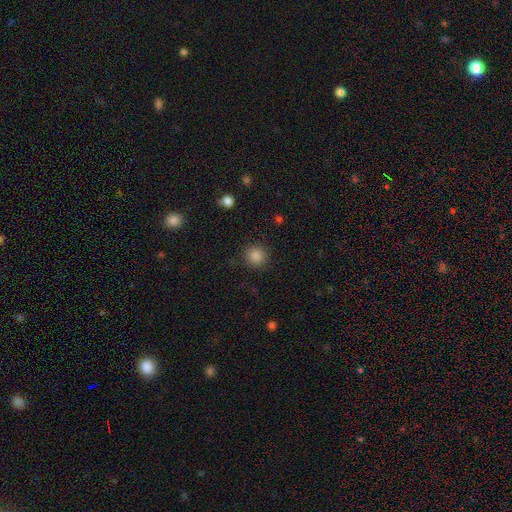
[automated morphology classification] smooth-or-featured: smooth: 86% | star or artifact: 11% | featured or disk: 3%
  how-rounded: round: 93% | in between: 6% | cigar-shaped: 1%
  merging: none: 89% | minor disturbance: 7% | major disturbance: 3% | merger: 1%